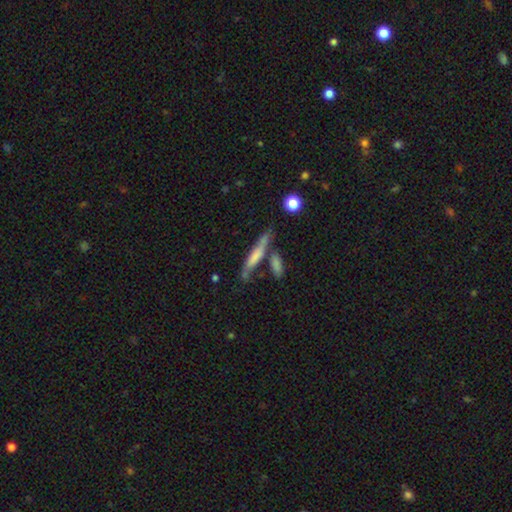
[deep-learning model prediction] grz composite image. It shows a smooth galaxy with no disk features (54%) that is cigar-shaped (86%). Merging: none (56%).